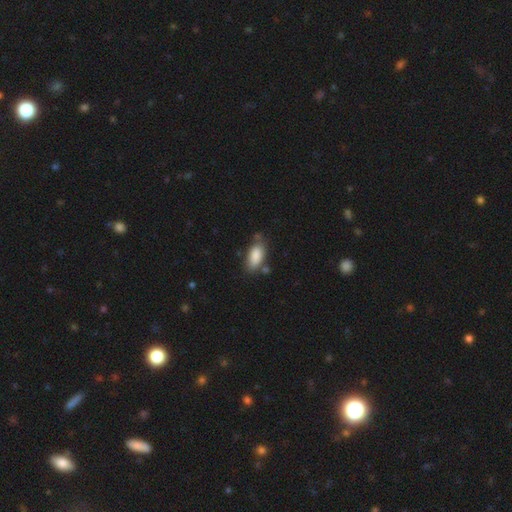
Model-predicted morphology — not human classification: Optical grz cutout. It shows a smooth galaxy with no disk features (87%) that is in between round and cigar-shaped (89%). Merging: none (68%).